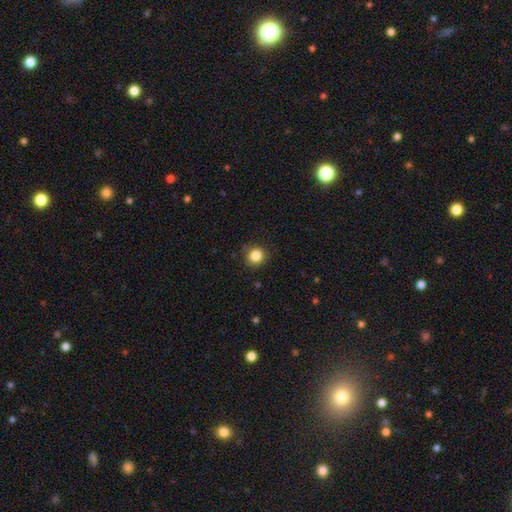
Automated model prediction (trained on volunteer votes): Smooth or featured? smooth (85%)
How rounded? round (89%)
Merging? none (87%)